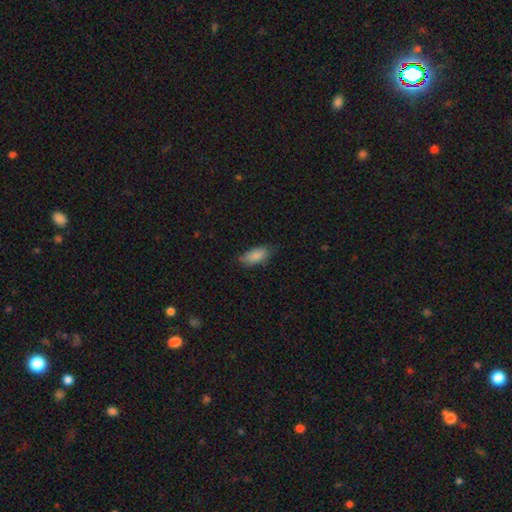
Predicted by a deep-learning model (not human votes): The model was most divided on "merging": none: 67%, minor disturbance: 26%, major disturbance: 5%, merger: 1%. More confident: how rounded — in between (89%); smooth or featured — smooth (84%).